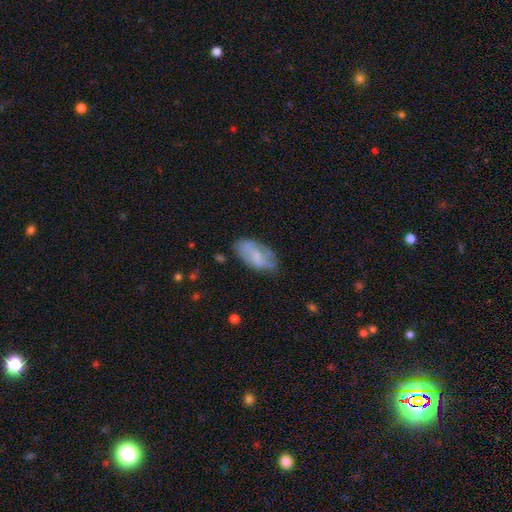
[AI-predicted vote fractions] The model was most divided on "smooth or featured": smooth: 57%, featured or disk: 35%, star or artifact: 7%. More confident: how rounded — in between (92%); merging — none (59%).